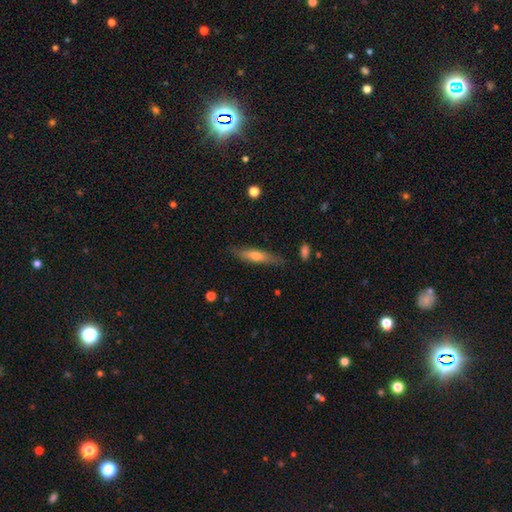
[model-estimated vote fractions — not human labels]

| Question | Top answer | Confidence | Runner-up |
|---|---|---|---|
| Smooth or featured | smooth | 54% | featured or disk (40%) |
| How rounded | cigar-shaped | 81% | in between (17%) |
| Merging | none | 81% | minor disturbance (14%) |